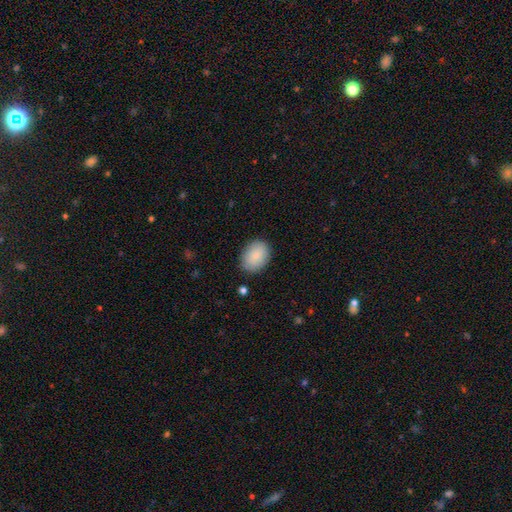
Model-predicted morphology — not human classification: Overall: smooth (85%). How rounded: in between (71%). Merging: none (85%).